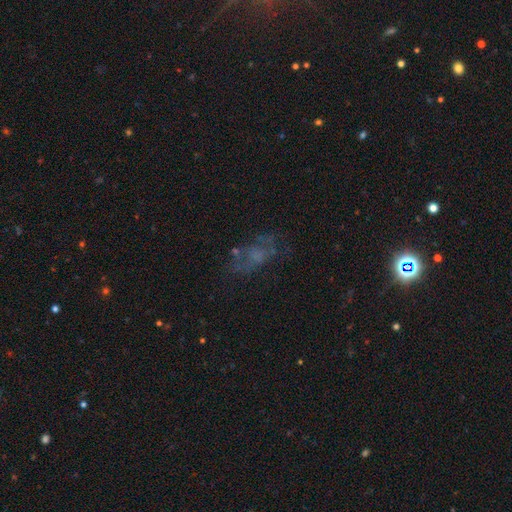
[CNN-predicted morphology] smooth_or_featured: featured or disk (p=0.42) [alt: smooth p=0.34]
merging: none (p=0.56) [alt: major disturbance p=0.20]